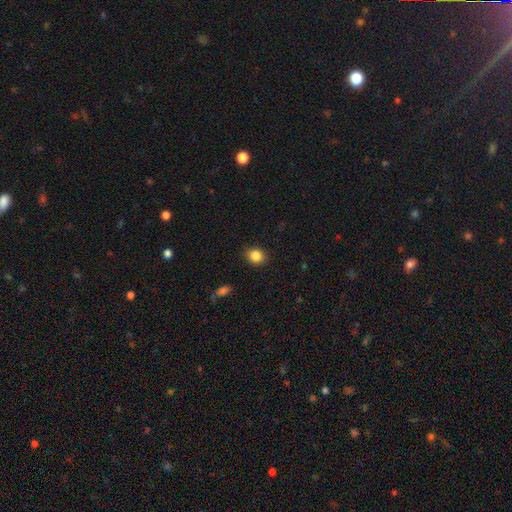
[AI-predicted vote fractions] The model was most divided on "how rounded": round: 72%, in between: 27%, cigar-shaped: 1%. More confident: merging — none (87%); smooth or featured — smooth (86%).